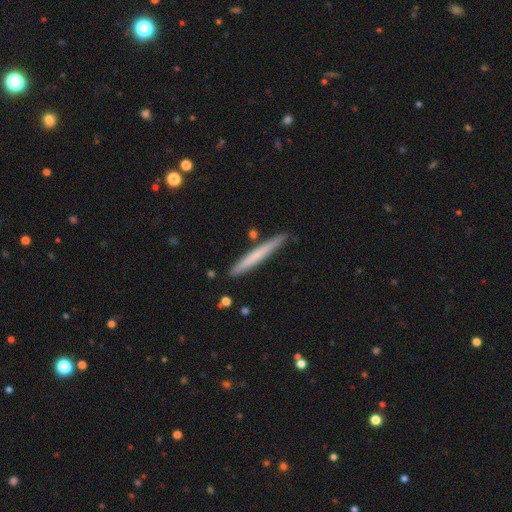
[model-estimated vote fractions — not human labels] Morphology: type=smooth (61%); roundness=cigar-shaped (97%); merging=none (86%).